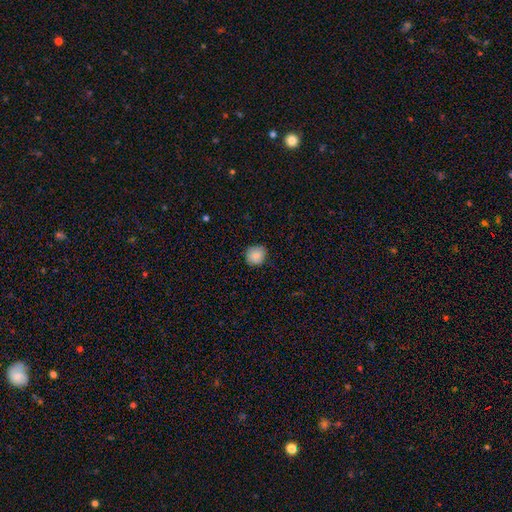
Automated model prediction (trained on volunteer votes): Smooth or featured?
  - smooth: 86% *
  - star or artifact: 8%
  - featured or disk: 6%
How rounded?
  - round: 84% *
  - in between: 15%
  - cigar-shaped: 1%
Merging?
  - none: 82% *
  - minor disturbance: 14%
  - major disturbance: 3%
  - merger: 1%